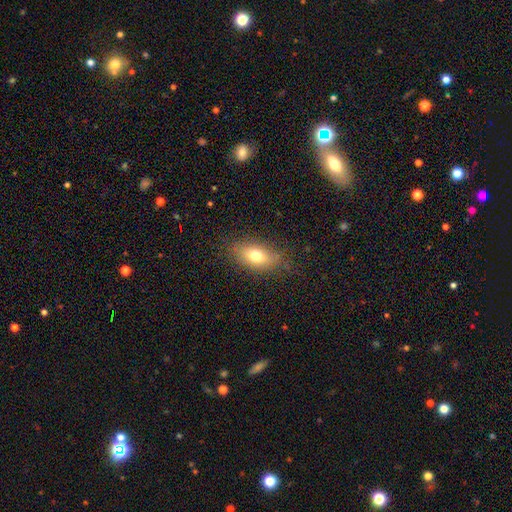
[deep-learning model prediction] Overall: smooth (72%). How rounded: in between (81%). Merging: none (80%).